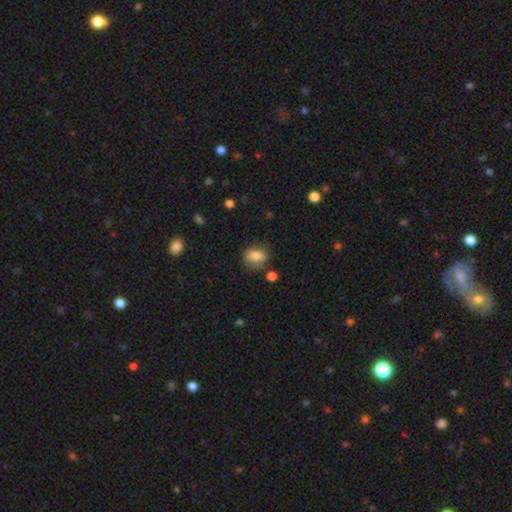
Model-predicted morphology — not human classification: type=smooth (83%); roundness=in between (68%); merging=none (70%).